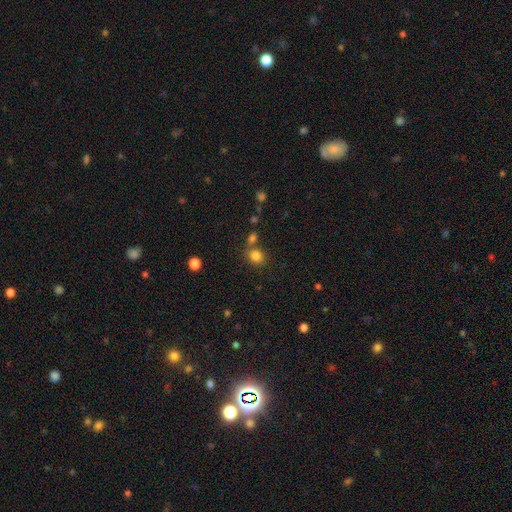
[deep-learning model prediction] smooth-or-featured: smooth: 82% | star or artifact: 12% | featured or disk: 5%
  how-rounded: round: 72% | in between: 27% | cigar-shaped: 1%
  merging: none: 67% | merger: 19% | minor disturbance: 11% | major disturbance: 4%